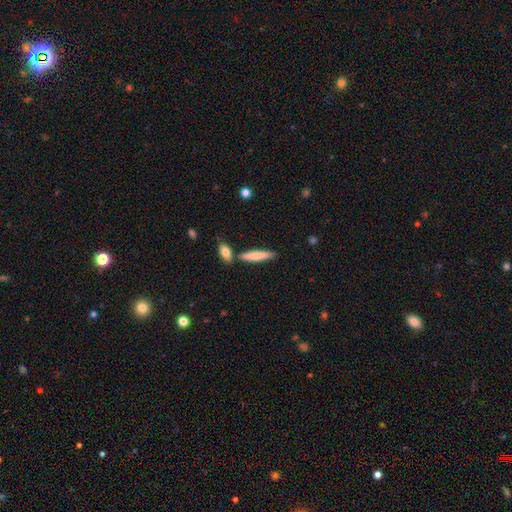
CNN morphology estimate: Smooth or featured: smooth — 74% (featured or disk — 20%)
How rounded: cigar-shaped — 84% (in between — 14%)
Merging: none — 77% (minor disturbance — 11%)